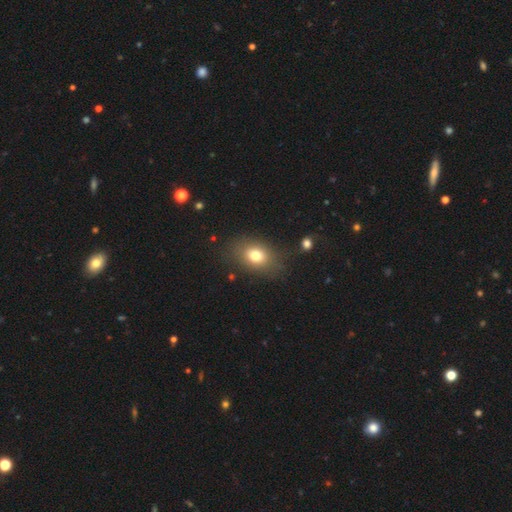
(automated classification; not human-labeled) smooth-or-featured: smooth: 76% | featured or disk: 13% | star or artifact: 11%
  how-rounded: in between: 68% | round: 30% | cigar-shaped: 1%
  merging: none: 77% | minor disturbance: 14% | major disturbance: 6% | merger: 3%